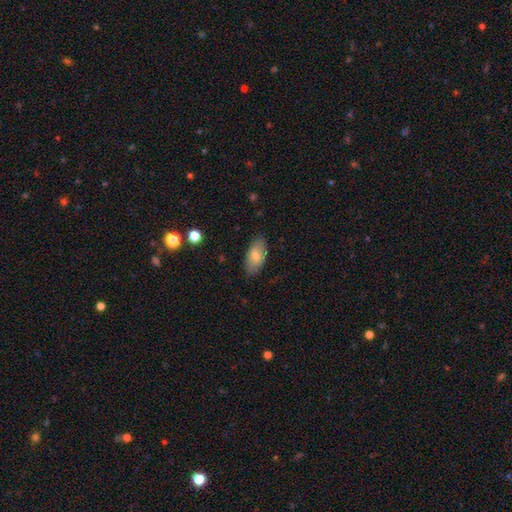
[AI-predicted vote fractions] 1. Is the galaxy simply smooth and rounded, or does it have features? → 75% smooth, 19% featured or disk, 6% star or artifact.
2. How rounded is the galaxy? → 93% in between, 4% cigar-shaped, 3% round.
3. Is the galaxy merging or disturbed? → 82% none, 14% minor disturbance, 3% major disturbance, 1% merger.